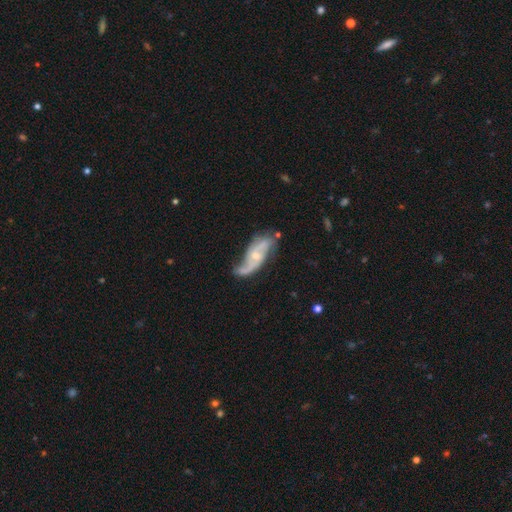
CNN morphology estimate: A featured or disk galaxy (79%) with no bar (54%), 2 (79%) loose (51%) spiral arms (93%) and a small central bulge (59%). Merging: none (52%).